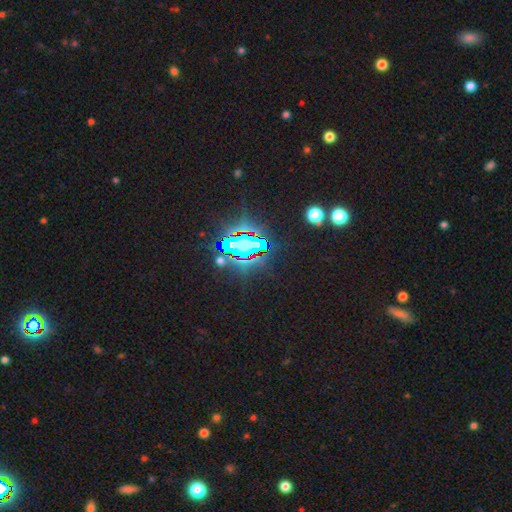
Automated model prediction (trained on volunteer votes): A star or artifact, not a galaxy (84%).